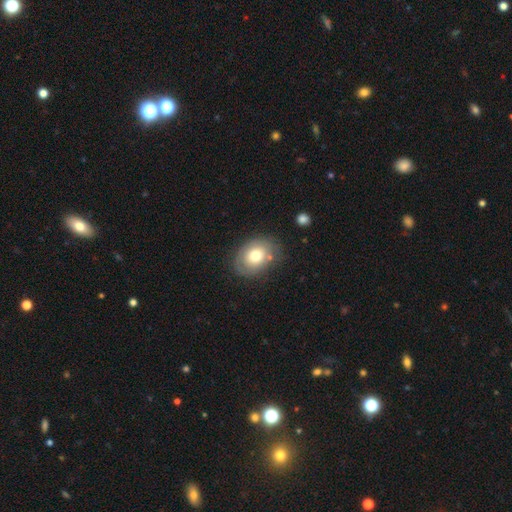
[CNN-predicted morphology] Q: Smooth or featured?
A: smooth (66%); runner-up: featured or disk (26%)
Q: How rounded?
A: in between (66%); runner-up: round (33%)
Q: Merging?
A: none (69%); runner-up: minor disturbance (20%)